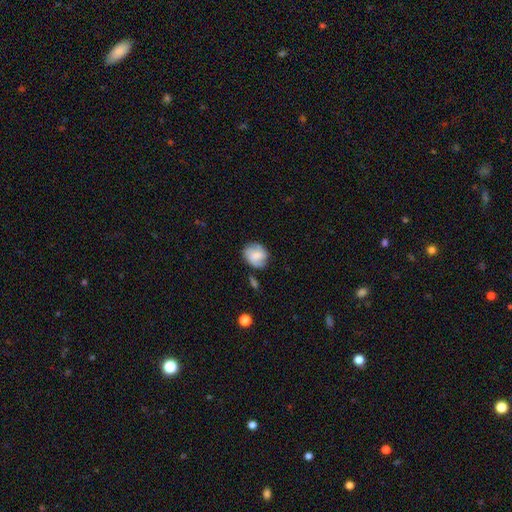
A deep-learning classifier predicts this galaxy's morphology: This is possibly a featured or disk galaxy (46%, tied with smooth). Merging: likely none (69%).